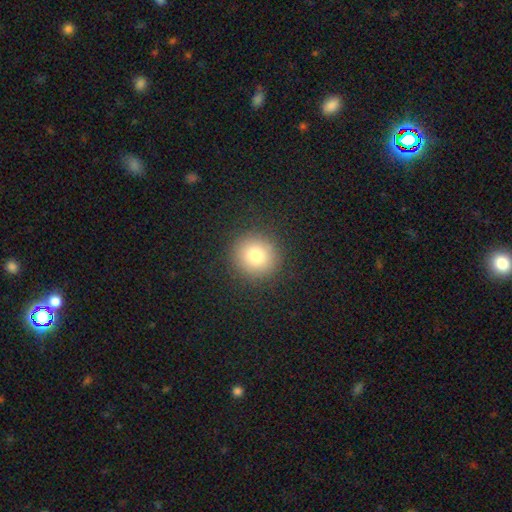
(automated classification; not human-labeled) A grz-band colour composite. It shows a smooth galaxy with no disk features (77%) that is round (94%). Merging: none (90%).